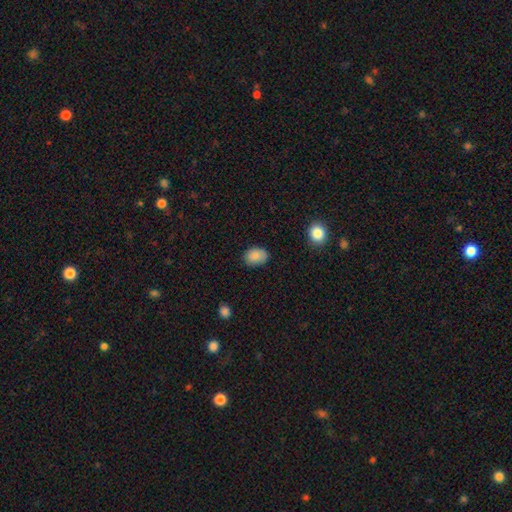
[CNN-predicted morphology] smooth_or_featured: smooth (p=0.87) [alt: star or artifact p=0.08]
how_rounded: in between (p=0.67) [alt: round p=0.32]
merging: none (p=0.79) [alt: minor disturbance p=0.16]